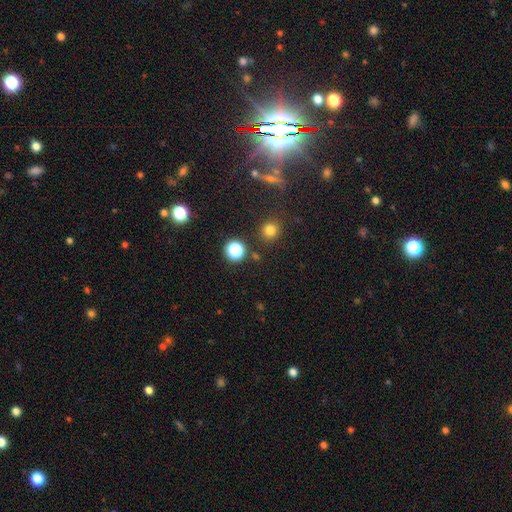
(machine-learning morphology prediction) The model was most divided on "smooth or featured": smooth: 52%, star or artifact: 41%, featured or disk: 7%. More confident: how rounded — round (90%); merging — none (87%).